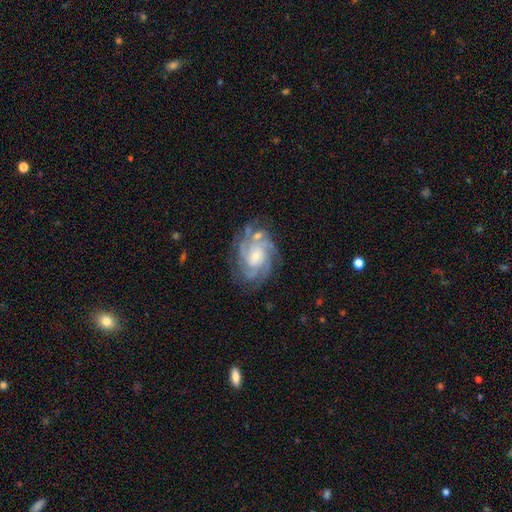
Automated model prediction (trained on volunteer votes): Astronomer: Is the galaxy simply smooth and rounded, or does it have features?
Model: featured or disk — 86%.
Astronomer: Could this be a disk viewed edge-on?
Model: no — 97%.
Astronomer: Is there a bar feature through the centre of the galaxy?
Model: no — 69%.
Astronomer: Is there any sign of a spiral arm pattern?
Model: yes — 97%.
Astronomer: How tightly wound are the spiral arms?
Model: tight — 65%.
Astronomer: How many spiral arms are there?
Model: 4 — 31% (runner-up: 3, 24%).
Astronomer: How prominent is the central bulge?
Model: small — 59%.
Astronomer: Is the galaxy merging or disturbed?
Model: none — 69%.